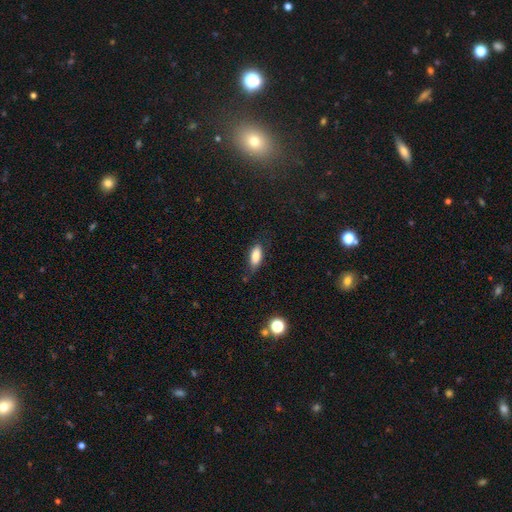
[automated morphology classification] type=smooth (83%); roundness=in between (77%); merging=none (75%).